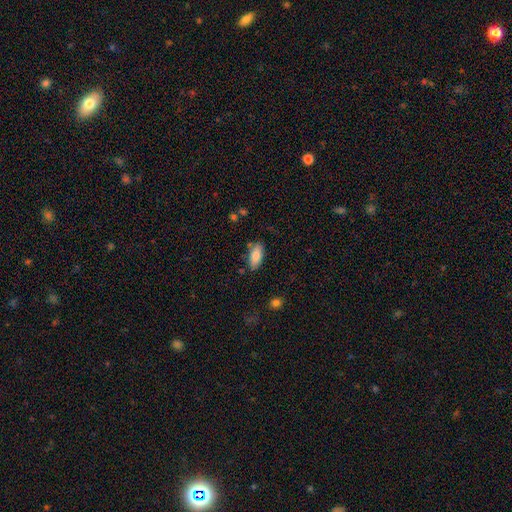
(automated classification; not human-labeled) Smooth or featured? smooth (83%)
How rounded? in between (88%)
Merging? none (77%)